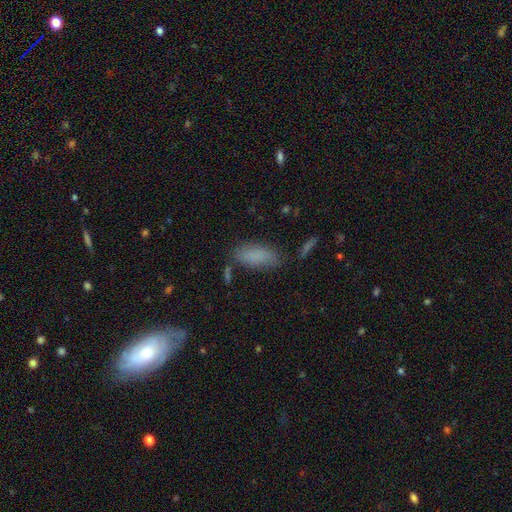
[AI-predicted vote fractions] Smooth or featured? Predicted: smooth (p=0.84). How rounded? Predicted: in between (p=0.75). Merging? Predicted: none (p=0.73).